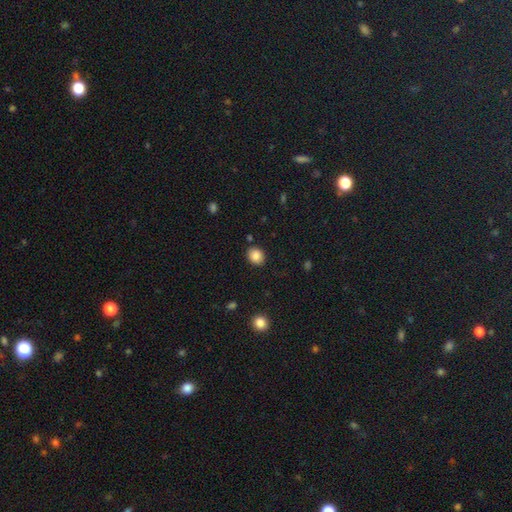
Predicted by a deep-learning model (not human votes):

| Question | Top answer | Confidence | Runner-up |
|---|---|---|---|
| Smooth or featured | smooth | 86% | star or artifact (9%) |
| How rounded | round | 63% | in between (37%) |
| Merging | none | 87% | minor disturbance (9%) |